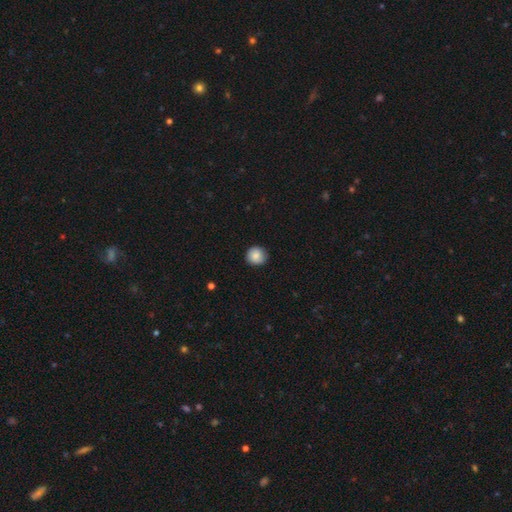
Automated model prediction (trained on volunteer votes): Smooth or featured? Predicted: smooth (p=0.85). How rounded? Predicted: round (p=0.91). Merging? Predicted: none (p=0.86).